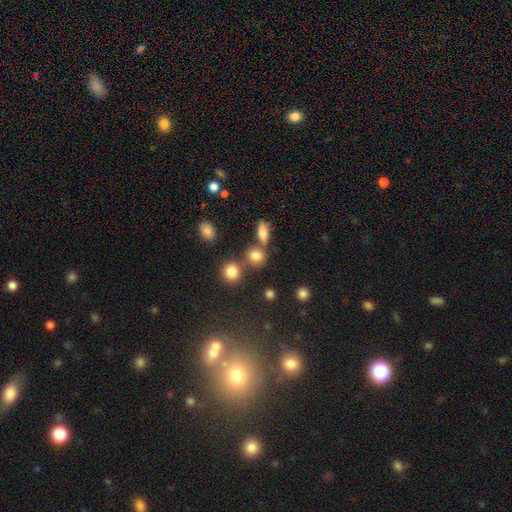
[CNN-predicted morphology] smooth_or_featured: smooth (p=0.79) [alt: star or artifact p=0.13]
how_rounded: round (p=0.69) [alt: in between p=0.28]
merging: none (p=0.63) [alt: merger p=0.22]